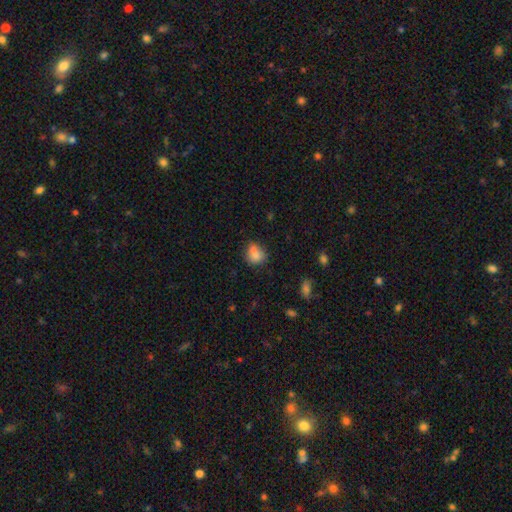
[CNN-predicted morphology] This is clearly a smooth galaxy (80%). How rounded: possibly round (57%). Merging: possibly none (48%).